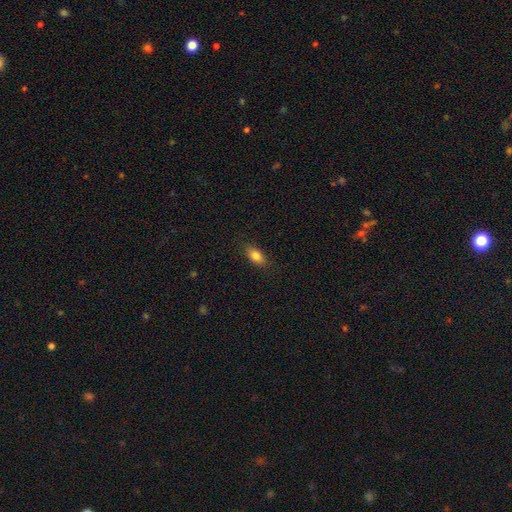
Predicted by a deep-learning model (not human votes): Q: Smooth or featured?
A: smooth (83%); runner-up: featured or disk (9%)
Q: How rounded?
A: in between (86%); runner-up: cigar-shaped (8%)
Q: Merging?
A: none (85%); runner-up: minor disturbance (11%)